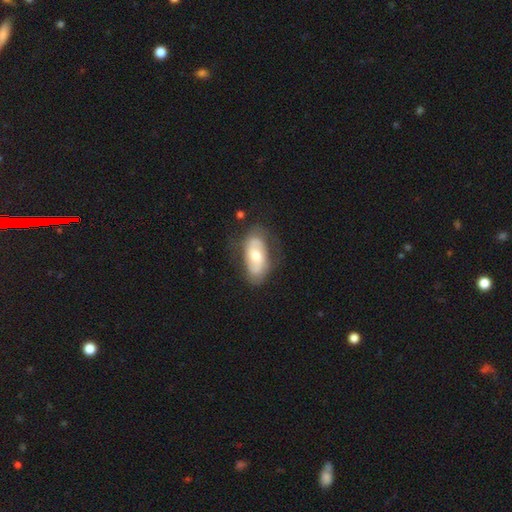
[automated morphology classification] Q: Smooth or featured?
A: featured or disk (54%); runner-up: smooth (40%)
Q: Edge-on disk?
A: no (91%); runner-up: yes (9%)
Q: Merging?
A: none (70%); runner-up: minor disturbance (20%)